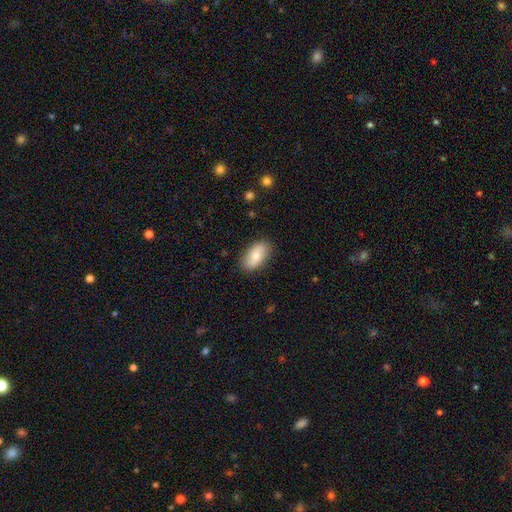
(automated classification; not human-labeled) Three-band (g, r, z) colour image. It shows a smooth galaxy with no disk features (68%) that is in between round and cigar-shaped (93%). Merging: none (86%).